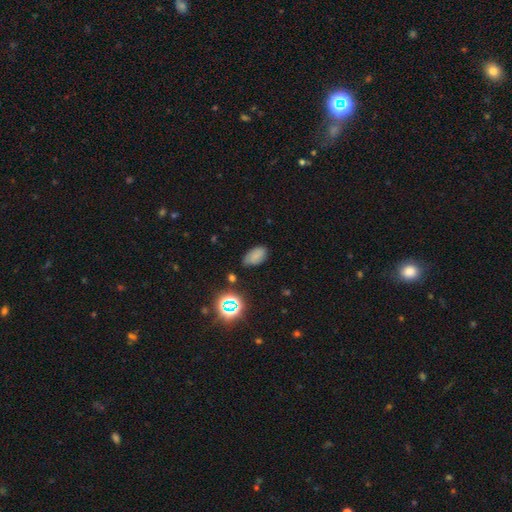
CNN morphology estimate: Overall: smooth (70%). How rounded: in between (90%). Merging: none (64%; minor disturbance 27%).